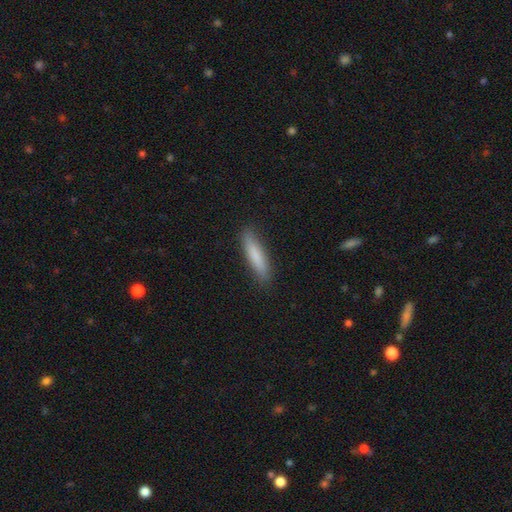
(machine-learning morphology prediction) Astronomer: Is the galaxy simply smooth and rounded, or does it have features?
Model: smooth — 79%.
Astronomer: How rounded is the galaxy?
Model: cigar-shaped — 83%.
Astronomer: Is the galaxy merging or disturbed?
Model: none — 87%.